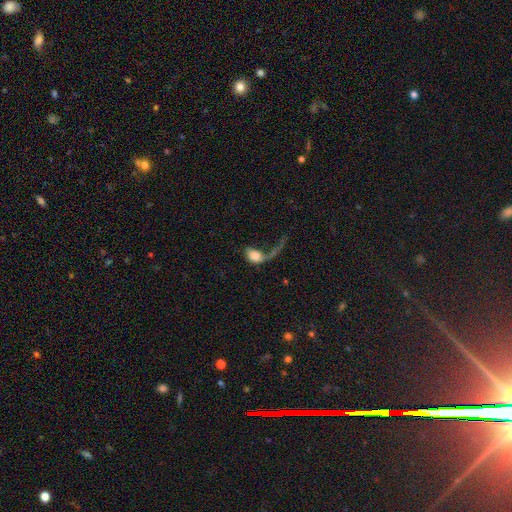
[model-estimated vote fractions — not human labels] Overall: smooth (54%; featured or disk 37%). How rounded: in between (74%). Merging: major disturbance (60%).